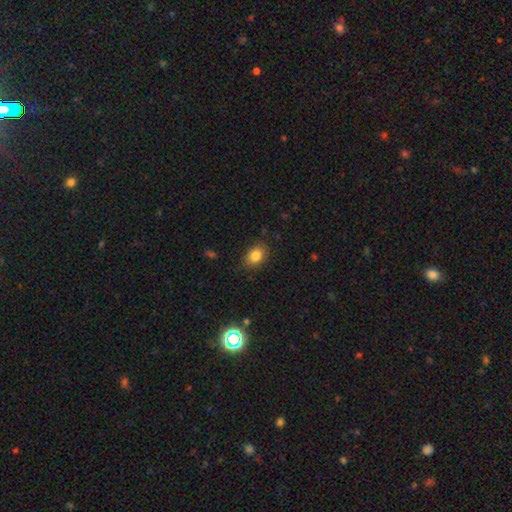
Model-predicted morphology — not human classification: This appears to be a smooth galaxy with no disk features (83%) that is in between round and cigar-shaped (71%). Merging: none (83%).